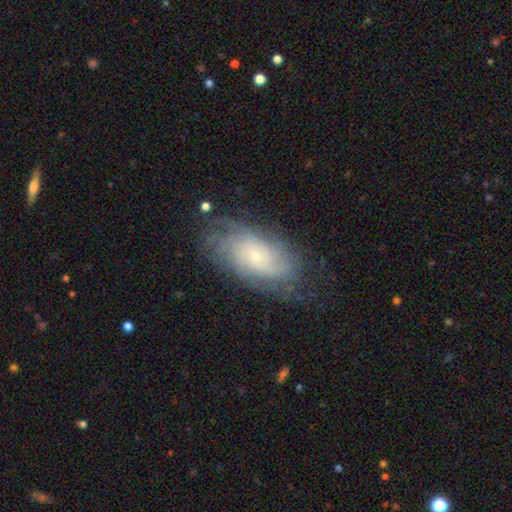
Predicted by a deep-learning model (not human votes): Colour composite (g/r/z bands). It shows a featured or disk galaxy (72%) with no bar (79%), tight (61%) spiral arms (92%) and a small central bulge (78%). Merging: none (70%).